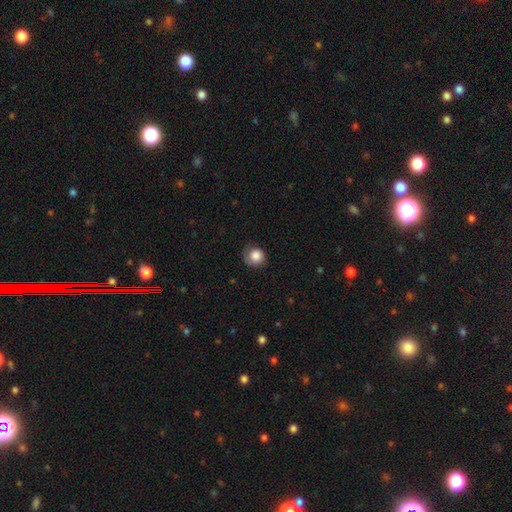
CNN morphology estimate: Smooth or featured? smooth (85%)
How rounded? round (87%)
Merging? none (69%)